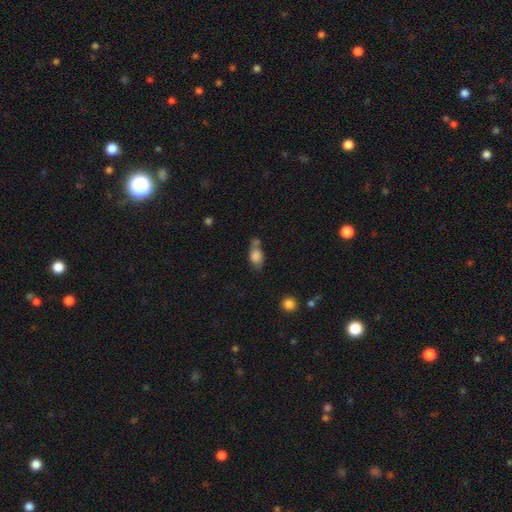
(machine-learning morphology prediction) smooth_or_featured: smooth (p=0.80) [alt: featured or disk p=0.11]
how_rounded: in between (p=0.79) [alt: round p=0.16]
merging: none (p=0.38) [alt: merger p=0.30]